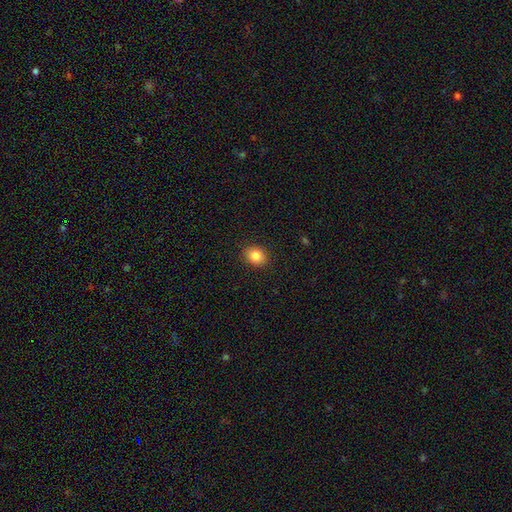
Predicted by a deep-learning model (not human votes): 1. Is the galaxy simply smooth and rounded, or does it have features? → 85% smooth, 9% star or artifact, 5% featured or disk.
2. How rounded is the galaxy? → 58% round, 41% in between, 1% cigar-shaped.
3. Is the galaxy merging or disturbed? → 89% none, 7% minor disturbance, 2% major disturbance, 1% merger.